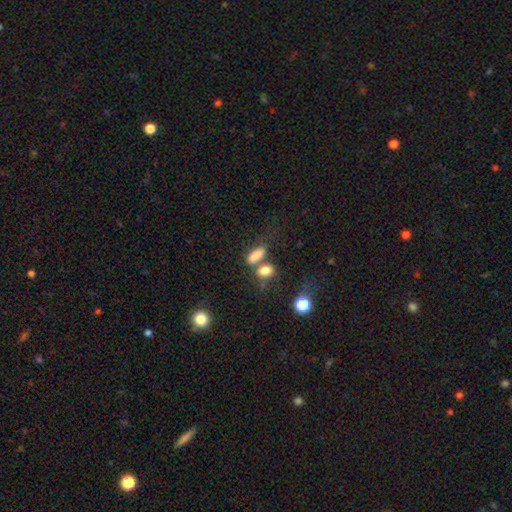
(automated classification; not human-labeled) Smooth or featured? smooth (83%)
How rounded? in between (73%)
Merging? none (42%)